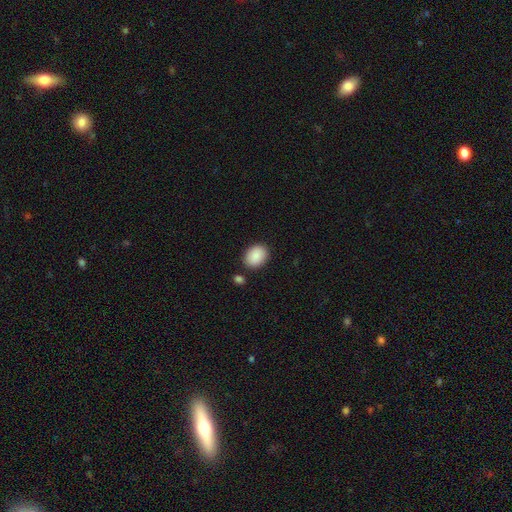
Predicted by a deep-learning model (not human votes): This appears to be a smooth galaxy with no disk features (89%) that is in between round and cigar-shaped (66%). Merging: none (84%).